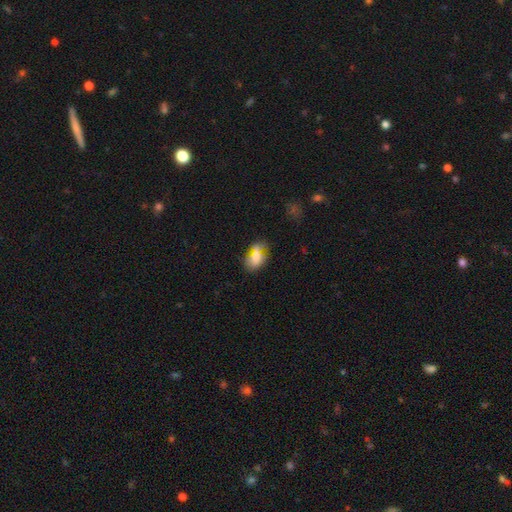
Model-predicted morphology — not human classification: smooth 65%, featured or disk 23%, star or artifact 11%. Down the decision tree: how rounded — in between (84%); merging — none (51%).